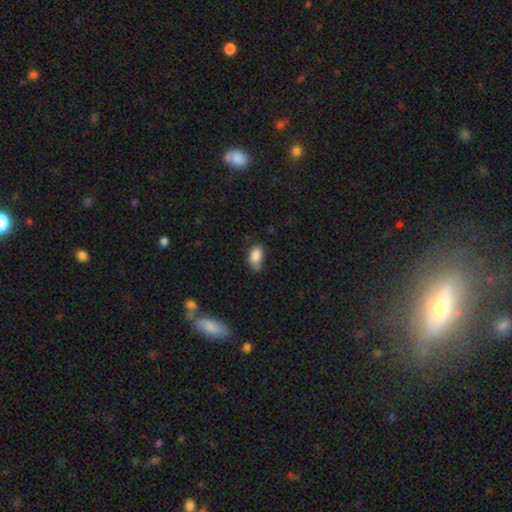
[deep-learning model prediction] This is clearly a smooth galaxy (85%). How rounded: clearly in between (91%). Merging: possibly none (58%).